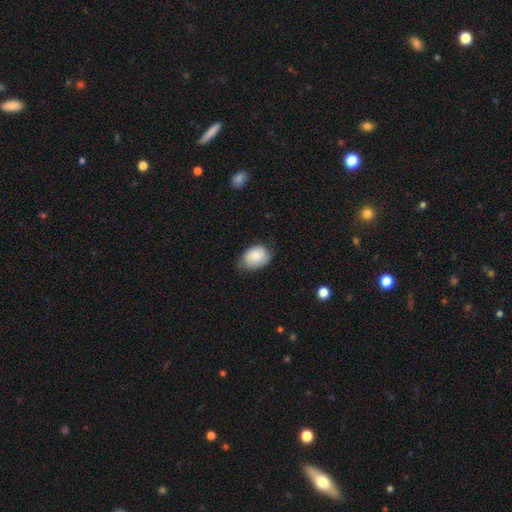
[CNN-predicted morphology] Smooth or featured: smooth — 80% (featured or disk — 14%)
How rounded: in between — 68% (round — 31%)
Merging: none — 58% (minor disturbance — 34%)